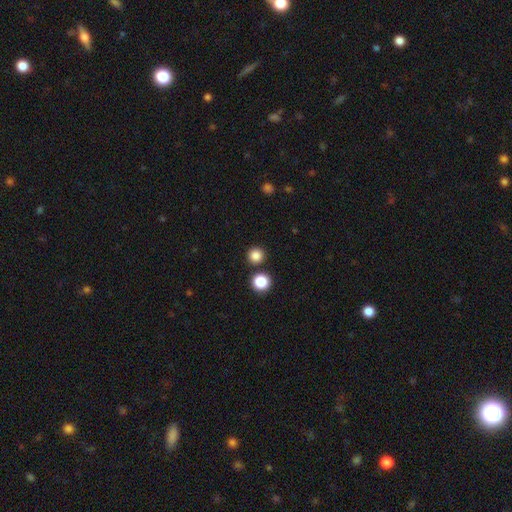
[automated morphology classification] Overall: smooth (84%). How rounded: round (94%). Merging: none (87%).